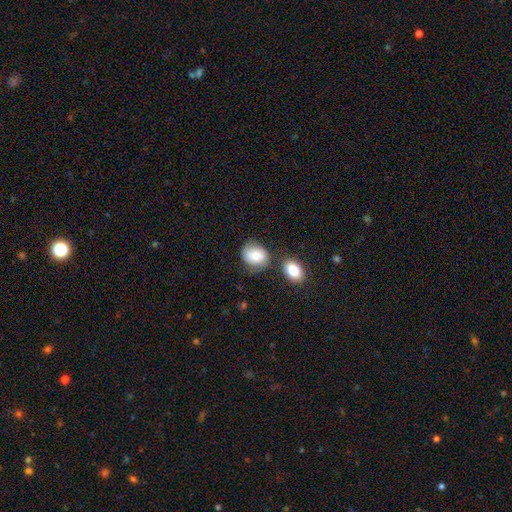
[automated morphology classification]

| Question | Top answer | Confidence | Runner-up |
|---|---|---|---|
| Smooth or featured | smooth | 77% | featured or disk (16%) |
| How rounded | in between | 51% | round (48%) |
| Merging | none | 58% | minor disturbance (21%) |